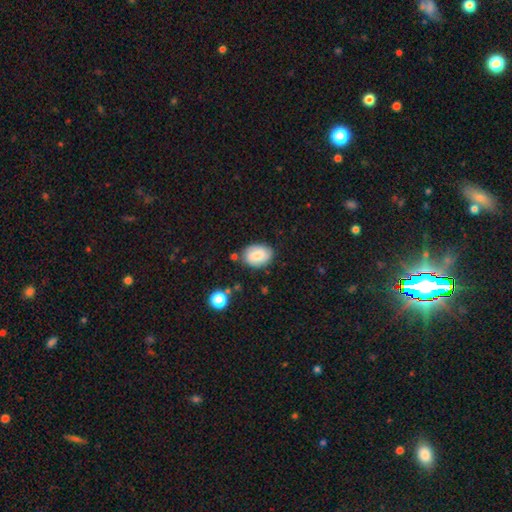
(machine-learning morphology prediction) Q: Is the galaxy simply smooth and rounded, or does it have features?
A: smooth — 77%.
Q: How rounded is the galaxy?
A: in between — 75%.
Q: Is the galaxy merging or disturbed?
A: none — 77%.